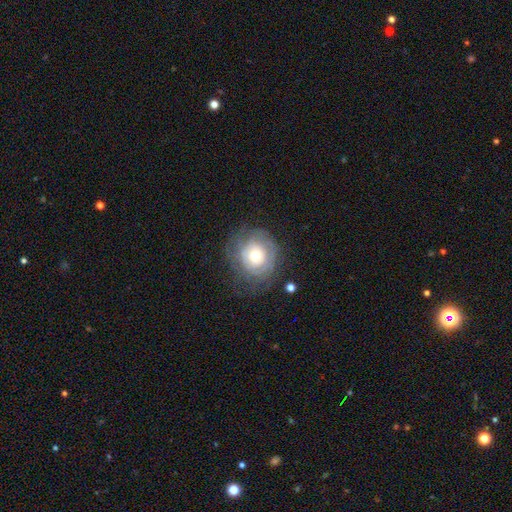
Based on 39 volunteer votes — Smooth or featured? featured or disk (59%)
Edge-on disk? no (96%)
Bar? no (91%)
Spiral arms? yes (55%)
Spiral winding? tight (100%)
Spiral arm count? can't tell (50%)
Bulge size? moderate (68%)
Merging? none (64%)